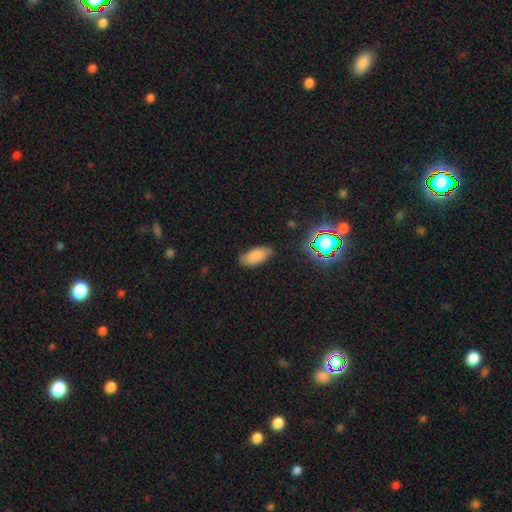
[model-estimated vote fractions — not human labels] smooth-or-featured: smooth: 81% | star or artifact: 11% | featured or disk: 8%
  how-rounded: in between: 90% | cigar-shaped: 7% | round: 3%
  merging: none: 80% | minor disturbance: 16% | major disturbance: 3% | merger: 1%